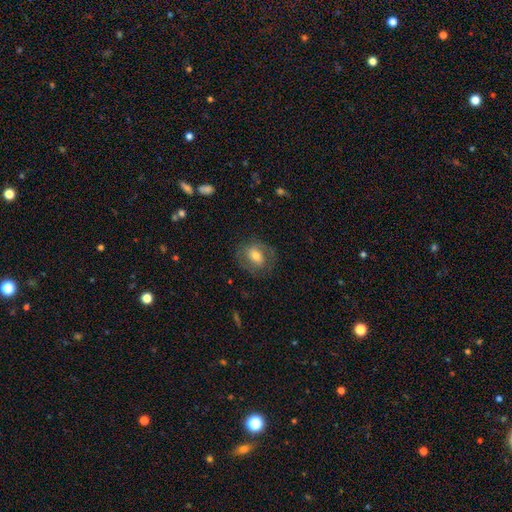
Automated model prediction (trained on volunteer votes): Smooth or featured: smooth — 51% (featured or disk — 40%)
How rounded: in between — 52% (round — 47%)
Merging: none — 75% (minor disturbance — 15%)